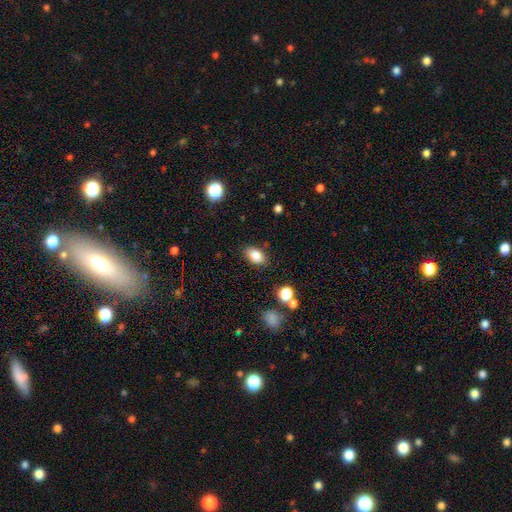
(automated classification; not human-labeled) This appears to be a smooth galaxy with no disk features (83%) that is in between round and cigar-shaped (86%). Merging: none (84%).